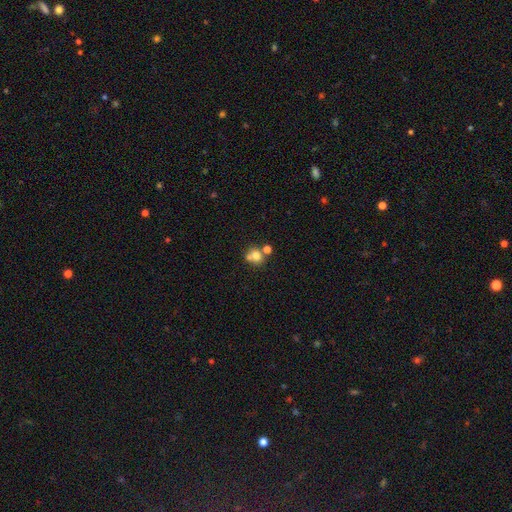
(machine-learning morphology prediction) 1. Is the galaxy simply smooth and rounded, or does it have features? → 71% smooth, 16% featured or disk, 13% star or artifact.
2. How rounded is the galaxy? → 78% round, 21% in between, 1% cigar-shaped.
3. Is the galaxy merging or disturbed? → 45% none, 42% merger, 9% minor disturbance, 4% major disturbance.